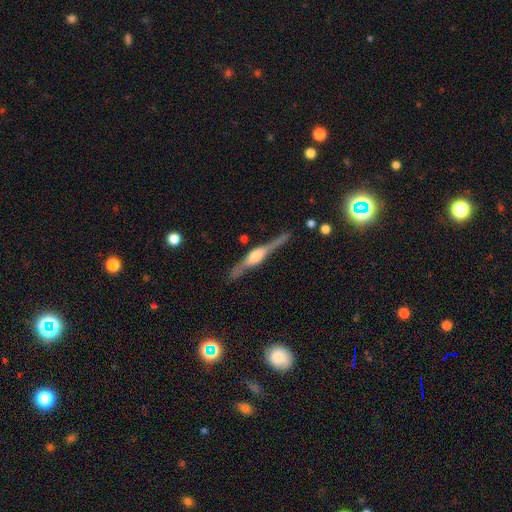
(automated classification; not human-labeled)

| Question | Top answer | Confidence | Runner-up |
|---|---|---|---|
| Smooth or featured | featured or disk | 84% | smooth (12%) |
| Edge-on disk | yes | 97% | no (3%) |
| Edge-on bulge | rounded | 84% | boxy (13%) |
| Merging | none | 85% | minor disturbance (11%) |